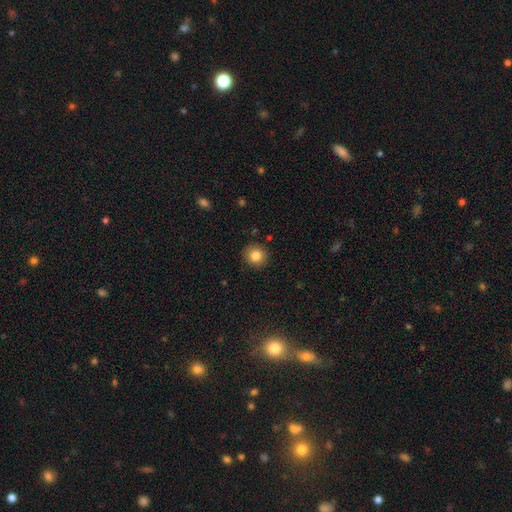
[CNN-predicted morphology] This is clearly a smooth galaxy (82%). How rounded: clearly round (92%). Merging: clearly none (91%).